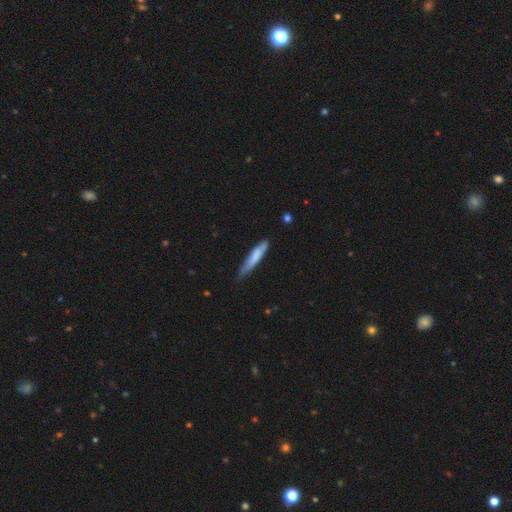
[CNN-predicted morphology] A smooth galaxy with no disk features (71%) that is cigar-shaped (90%).

Vote fractions:
- Smooth or featured? smooth: 71% / featured or disk: 24% / star or artifact: 5%
- How rounded? cigar-shaped: 90% / in between: 9% / round: 1%
- Merging? none: 63% / minor disturbance: 30% / major disturbance: 5% / merger: 2%